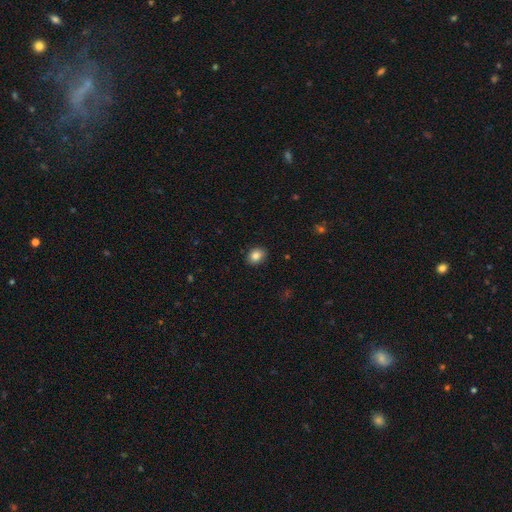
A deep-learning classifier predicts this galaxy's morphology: The model was most divided on "how rounded": in between: 59%, round: 41%, cigar-shaped: 1%. More confident: merging — none (89%); smooth or featured — smooth (86%).